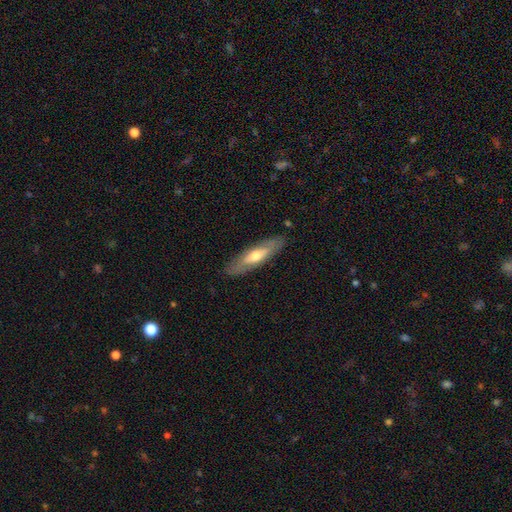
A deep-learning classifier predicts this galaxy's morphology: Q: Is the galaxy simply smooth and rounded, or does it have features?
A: smooth — 48%.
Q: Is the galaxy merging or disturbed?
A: none — 85%.